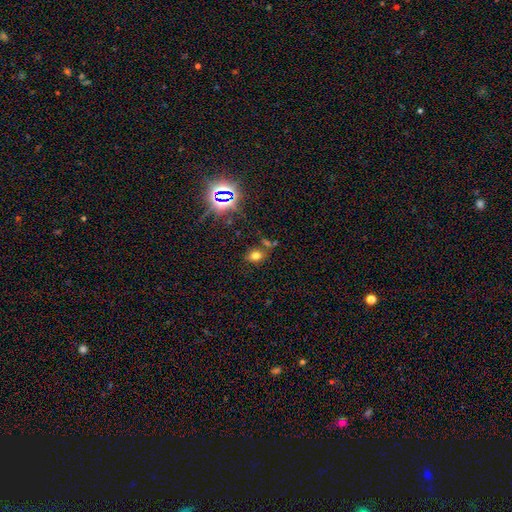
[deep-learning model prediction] A smooth galaxy with no disk features (66%) that is in between round and cigar-shaped (65%).

Vote fractions:
- Smooth or featured? smooth: 66% / star or artifact: 24% / featured or disk: 10%
- How rounded? in between: 65% / round: 34% / cigar-shaped: 2%
- Merging? none: 71% / minor disturbance: 13% / merger: 11% / major disturbance: 5%